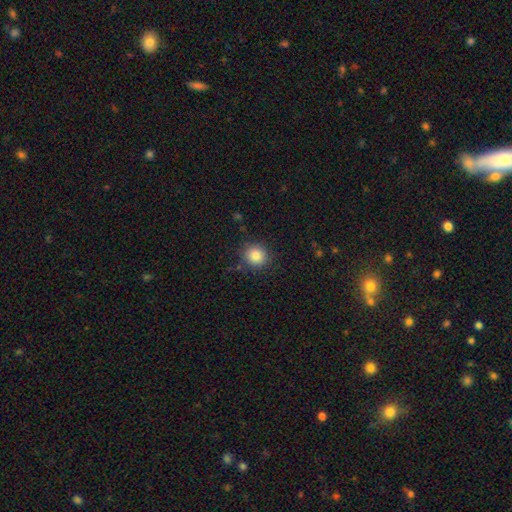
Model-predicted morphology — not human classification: This appears to be a smooth galaxy with no disk features (84%) that is round (89%). Merging: none (86%).